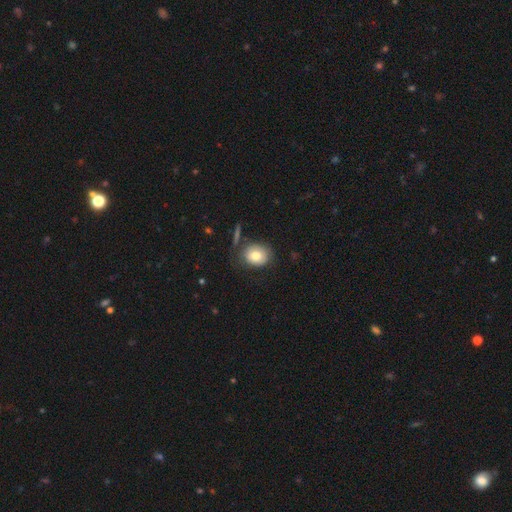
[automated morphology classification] Smooth or featured: smooth — 78% (featured or disk — 13%)
How rounded: round — 62% (in between — 36%)
Merging: none — 71% (minor disturbance — 17%)